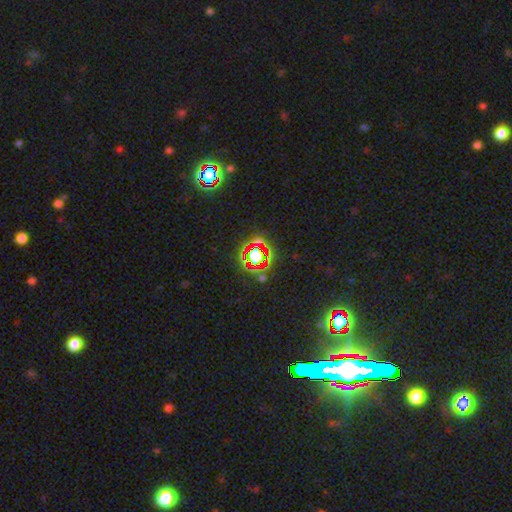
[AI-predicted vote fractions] smooth-or-featured: star or artifact: 69% | smooth: 19% | featured or disk: 12%